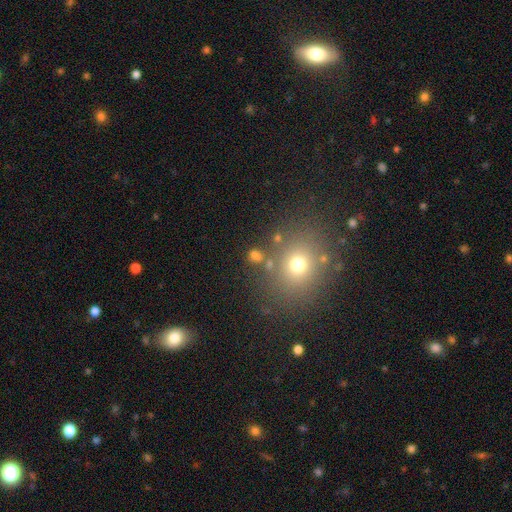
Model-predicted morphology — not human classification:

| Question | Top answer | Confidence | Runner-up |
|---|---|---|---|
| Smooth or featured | smooth | 69% | star or artifact (21%) |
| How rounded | round | 64% | in between (34%) |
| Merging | none | 74% | merger (11%) |